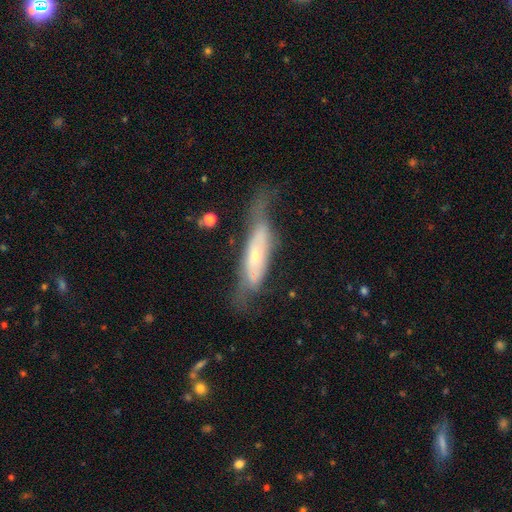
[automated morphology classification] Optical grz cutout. It shows a featured or disk galaxy (64%). Merging: none (46%).